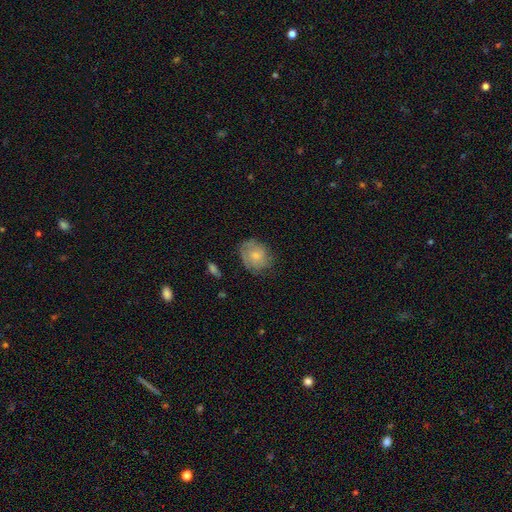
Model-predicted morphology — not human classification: A smooth galaxy with no disk features (54%) that is round (53%). Merging: none (63%).